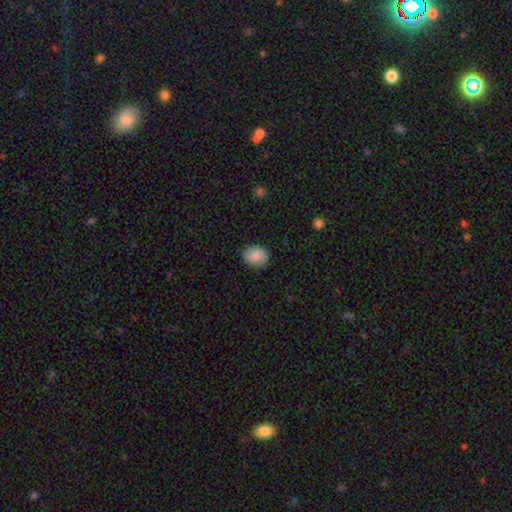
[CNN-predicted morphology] A smooth galaxy with no disk features (84%) that is round (63%). Merging: none (84%).